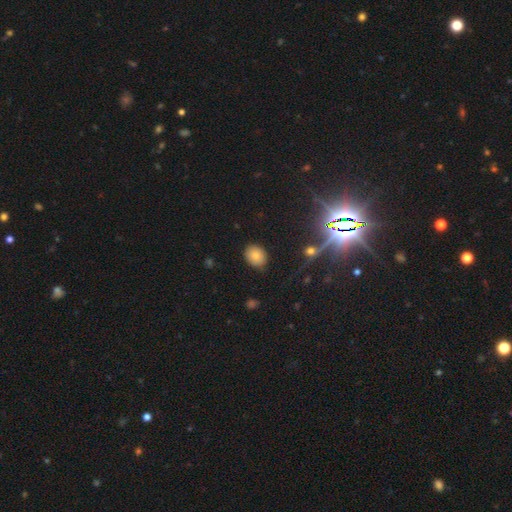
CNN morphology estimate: Smooth or featured? smooth (77%)
How rounded? in between (54%)
Merging? none (84%)